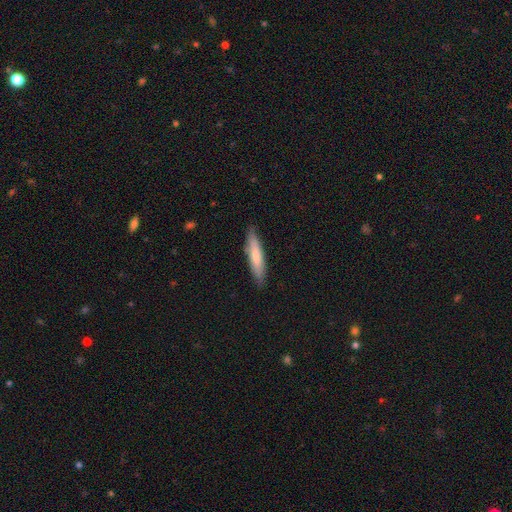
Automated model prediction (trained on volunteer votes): Overall: smooth (71%). How rounded: cigar-shaped (85%). Merging: none (85%).